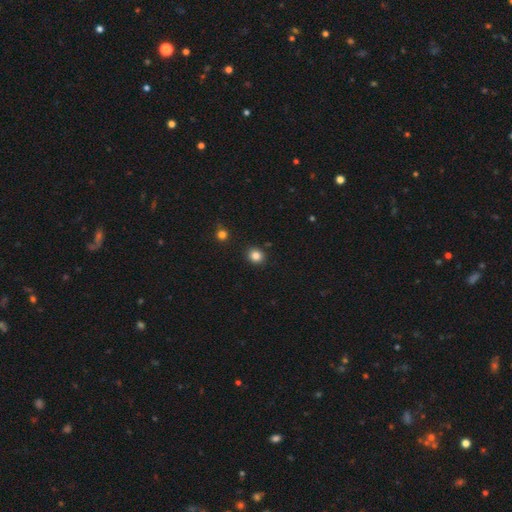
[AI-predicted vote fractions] Morphology: type=smooth (84%); roundness=round (84%); merging=none (89%).